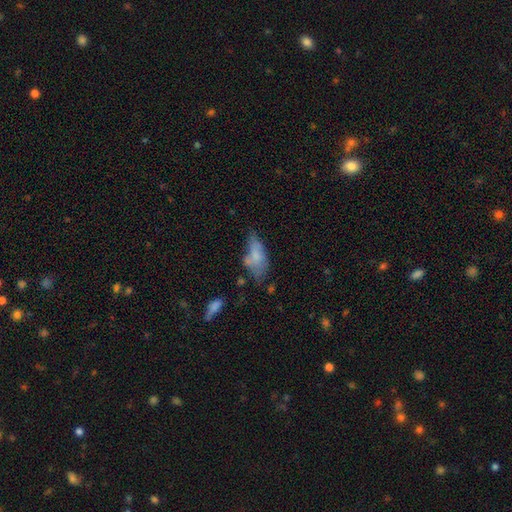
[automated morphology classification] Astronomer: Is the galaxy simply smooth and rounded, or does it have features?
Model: smooth — 65%.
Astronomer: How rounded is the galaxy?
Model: in between — 84%.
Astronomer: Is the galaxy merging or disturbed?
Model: none — 32% (runner-up: minor disturbance, 31%).